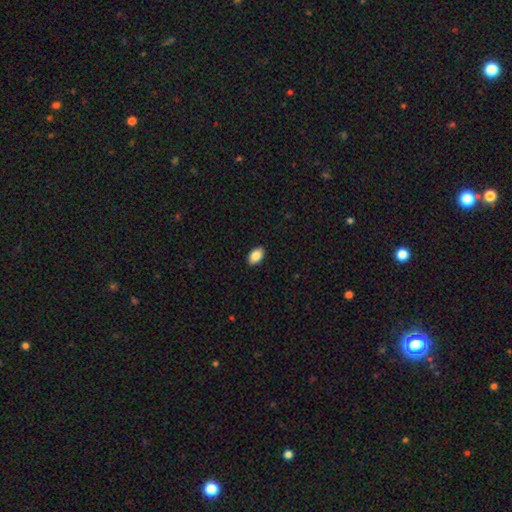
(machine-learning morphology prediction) A smooth galaxy with no disk features (88%) that is in between round and cigar-shaped (93%). Merging: none (91%).